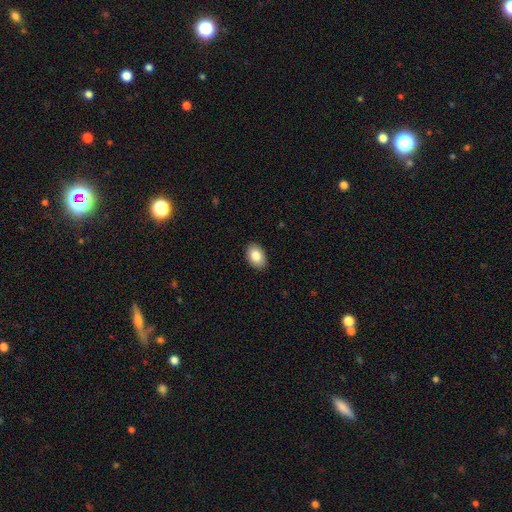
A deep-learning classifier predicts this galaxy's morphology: type=smooth (85%); roundness=in between (86%); merging=none (89%).